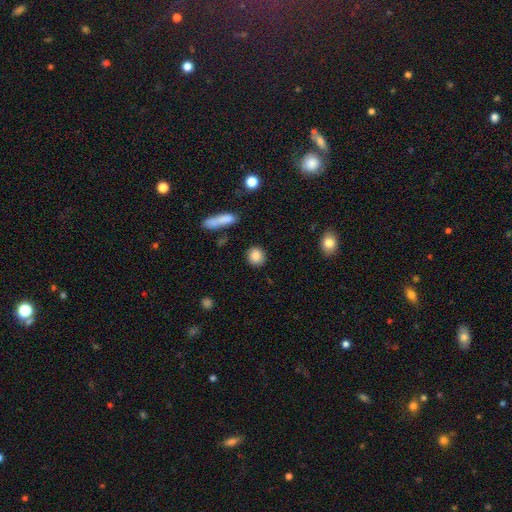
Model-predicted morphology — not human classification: A smooth galaxy with no disk features (86%) that is round (83%).

Vote fractions:
- Smooth or featured? smooth: 86% / star or artifact: 8% / featured or disk: 6%
- How rounded? round: 83% / in between: 15% / cigar-shaped: 2%
- Merging? none: 88% / minor disturbance: 8% / major disturbance: 2% / merger: 2%